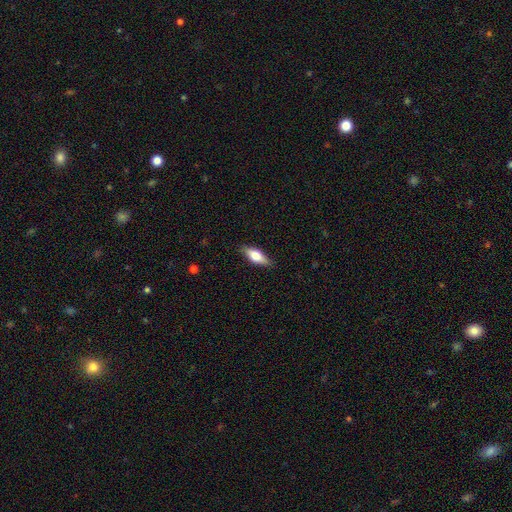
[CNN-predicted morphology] Smooth or featured?
  - smooth: 62% *
  - featured or disk: 32%
  - star or artifact: 6%
How rounded?
  - in between: 71% *
  - cigar-shaped: 26%
  - round: 3%
Merging?
  - none: 86% *
  - minor disturbance: 11%
  - major disturbance: 2%
  - merger: 1%